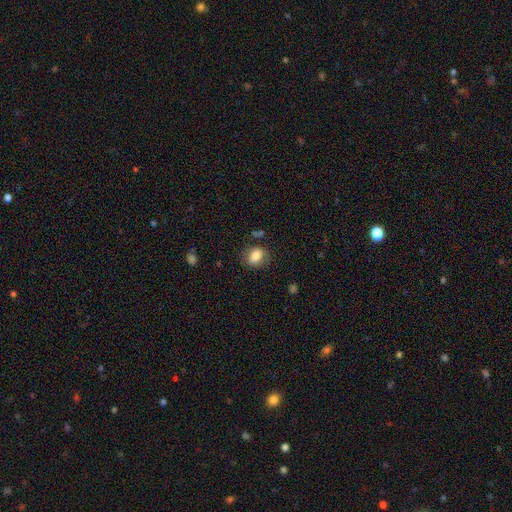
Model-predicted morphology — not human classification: Smooth or featured? Predicted: smooth (p=0.79). How rounded? Predicted: in between (p=0.56). Merging? Predicted: none (p=0.77).